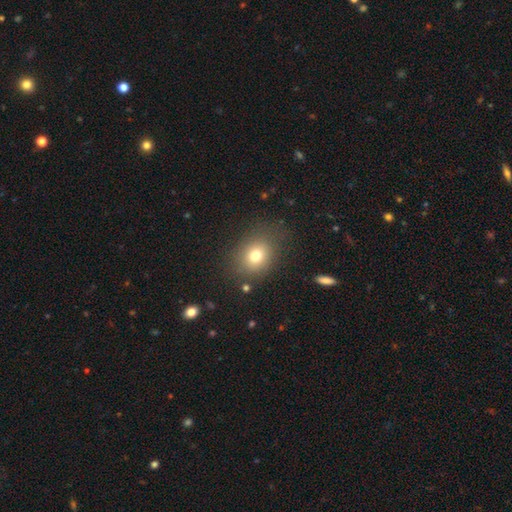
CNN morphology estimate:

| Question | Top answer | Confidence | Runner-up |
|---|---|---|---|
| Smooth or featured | smooth | 75% | star or artifact (14%) |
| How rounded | round | 53% | in between (46%) |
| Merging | none | 76% | minor disturbance (15%) |